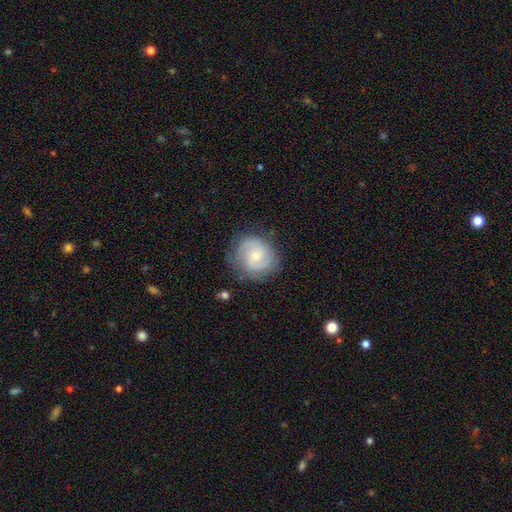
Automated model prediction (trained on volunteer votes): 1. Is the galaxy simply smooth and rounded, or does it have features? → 73% featured or disk, 21% smooth, 6% star or artifact.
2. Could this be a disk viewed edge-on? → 98% no, 2% yes.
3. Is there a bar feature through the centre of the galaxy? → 55% no, 39% weak, 6% strong.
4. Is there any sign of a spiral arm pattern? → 93% yes, 7% no.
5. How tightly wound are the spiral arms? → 44% tight, 43% medium, 13% loose.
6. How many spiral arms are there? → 66% 2, 15% can't tell, 11% 3, 3% 1, 3% 4, 2% more than 4.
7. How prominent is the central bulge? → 59% small, 37% moderate, 2% large, 1% none, 1% dominant.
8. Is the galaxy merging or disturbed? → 79% none, 15% minor disturbance, 5% major disturbance, 1% merger.